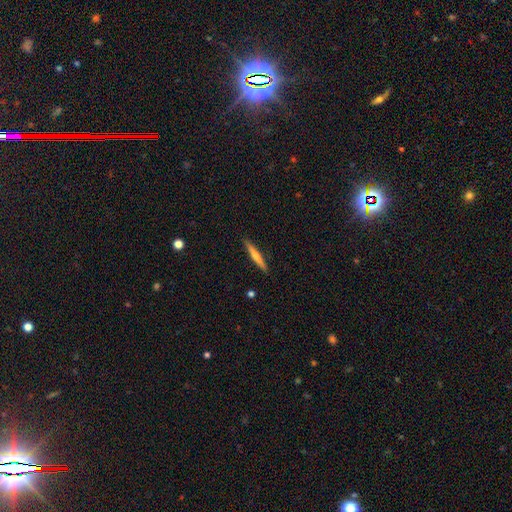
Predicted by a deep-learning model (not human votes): The model was most divided on "smooth or featured": featured or disk: 54%, smooth: 40%, star or artifact: 6%. More confident: edge-on disk — yes (97%); merging — none (91%); edge-on bulge — rounded (75%).